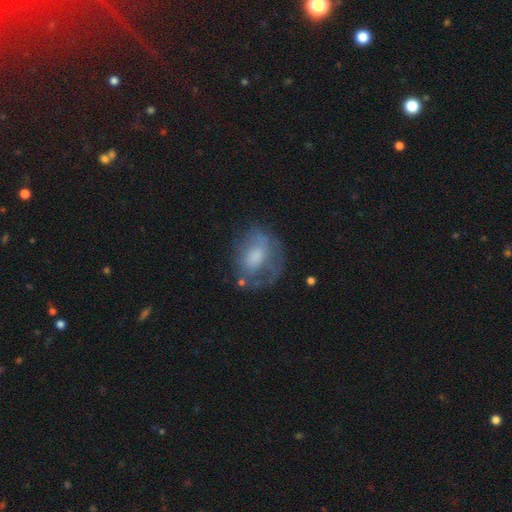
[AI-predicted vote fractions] smooth-or-featured: smooth: 50% | featured or disk: 41% | star or artifact: 9%
  merging: none: 49% | minor disturbance: 25% | major disturbance: 22% | merger: 4%